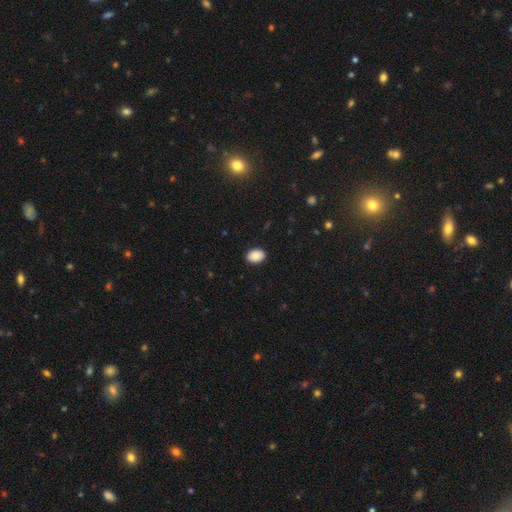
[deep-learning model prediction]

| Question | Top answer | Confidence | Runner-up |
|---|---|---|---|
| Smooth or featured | smooth | 89% | star or artifact (7%) |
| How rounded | in between | 79% | round (20%) |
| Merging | none | 90% | minor disturbance (8%) |